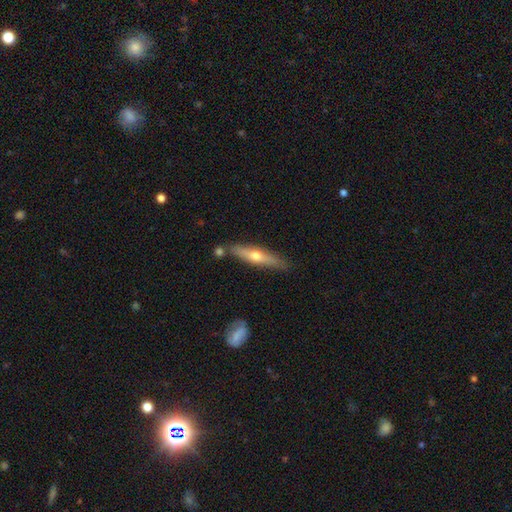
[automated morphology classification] smooth_or_featured: featured or disk (p=0.55) [alt: smooth p=0.39]
disk_edge_on: yes (p=0.89) [alt: no p=0.11]
merging: none (p=0.80) [alt: minor disturbance p=0.12]